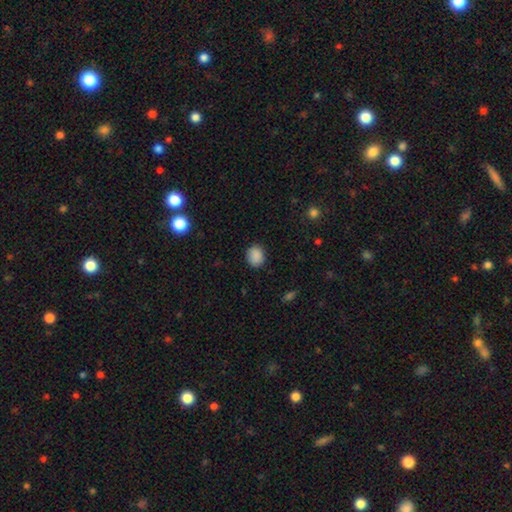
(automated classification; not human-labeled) Smooth or featured?
  - smooth: 88% *
  - star or artifact: 9%
  - featured or disk: 3%
How rounded?
  - round: 63% *
  - in between: 36%
  - cigar-shaped: 1%
Merging?
  - none: 86% *
  - minor disturbance: 10%
  - major disturbance: 3%
  - merger: 1%